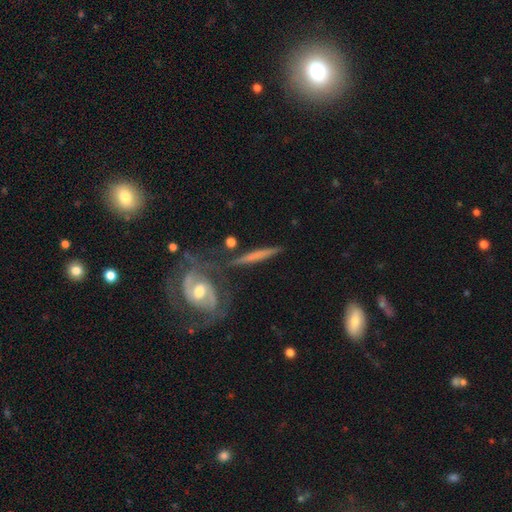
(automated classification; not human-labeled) Overall: featured or disk (57%; smooth 36%). Edge-on disk: yes (75%). Merging: none (73%).